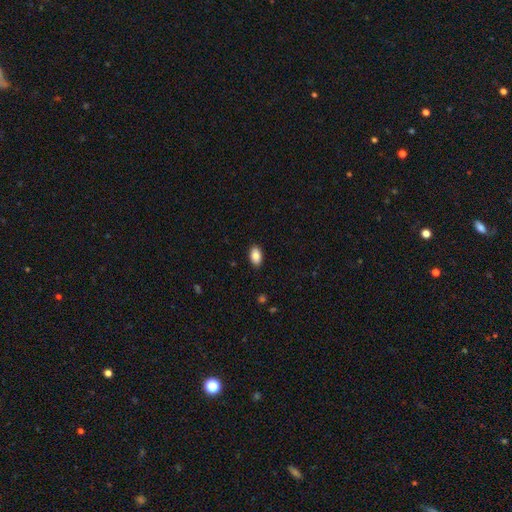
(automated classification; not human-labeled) Smooth or featured: smooth — 86% (star or artifact — 7%)
How rounded: in between — 92% (round — 7%)
Merging: none — 89% (minor disturbance — 9%)